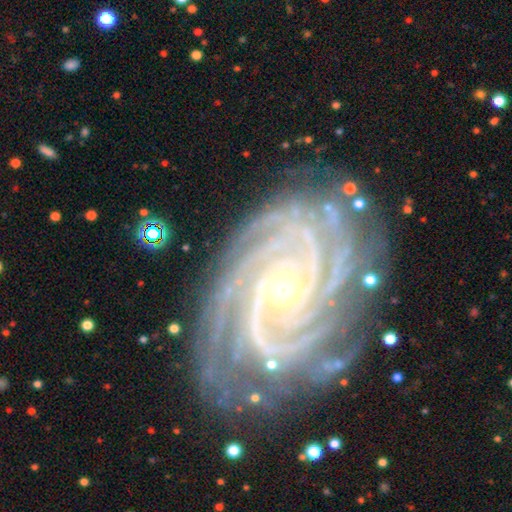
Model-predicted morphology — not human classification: This is clearly a featured or disk galaxy (94%). It is clearly not viewed edge-on (98%). Bar: possibly no (55%). Spiral arm pattern: clearly yes (99%). Spiral arm count: marginally 4 (27%). Spiral winding: clearly tight (83%). Central bulge: possibly small (53%). Merging: likely none (80%).